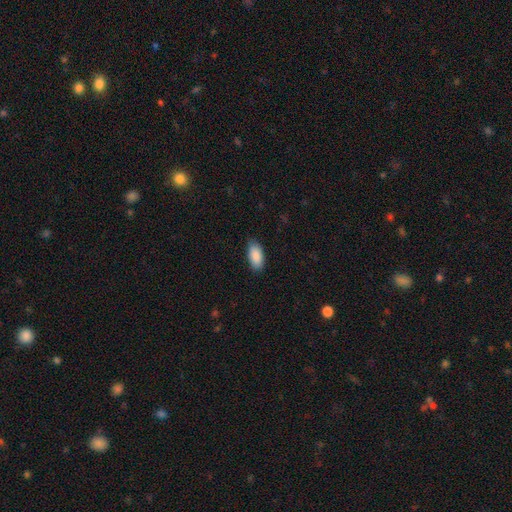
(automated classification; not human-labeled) smooth_or_featured: smooth (p=0.90) [alt: star or artifact p=0.06]
how_rounded: in between (p=0.92) [alt: cigar-shaped p=0.06]
merging: none (p=0.85) [alt: minor disturbance p=0.12]